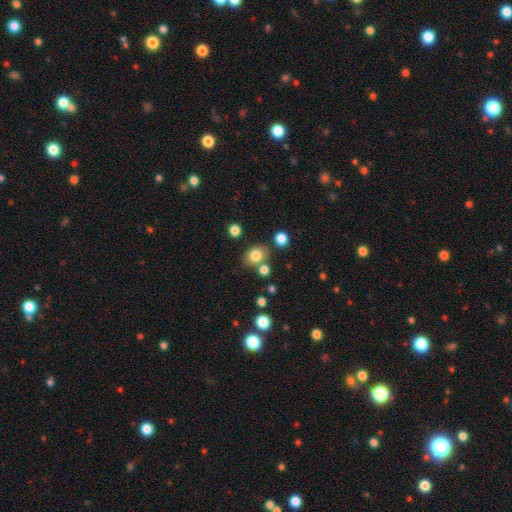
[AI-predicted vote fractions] The model was most divided on "how rounded": round: 55%, in between: 44%, cigar-shaped: 1%. More confident: smooth or featured — smooth (81%); merging — none (71%).